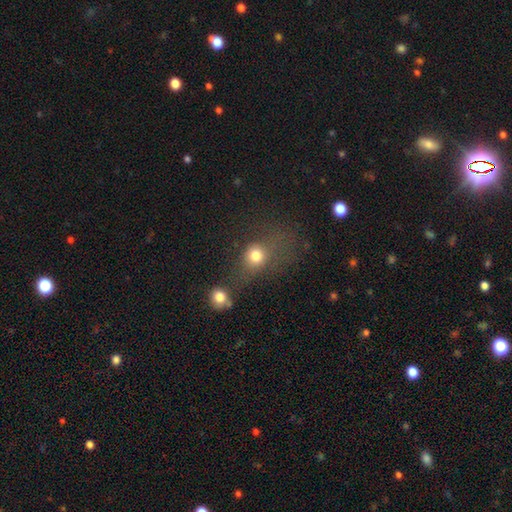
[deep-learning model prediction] smooth-or-featured: smooth: 76% | star or artifact: 15% | featured or disk: 10%
  how-rounded: round: 68% | in between: 30% | cigar-shaped: 2%
  merging: none: 42% | merger: 22% | major disturbance: 19% | minor disturbance: 17%